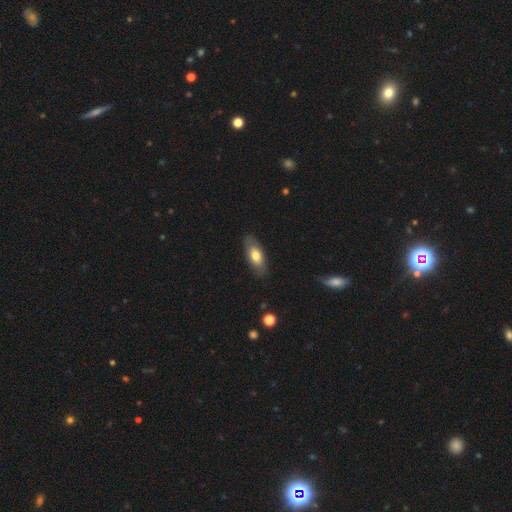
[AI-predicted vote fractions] This is likely a smooth galaxy (68%). How rounded: clearly in between (83%). Merging: clearly none (81%).